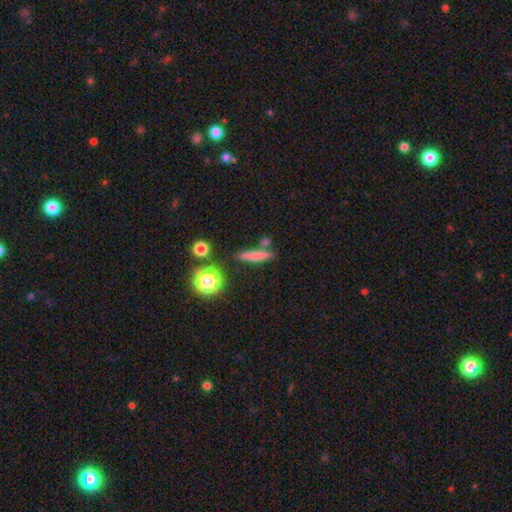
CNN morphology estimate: This appears to be a smooth galaxy with no disk features (69%) that is cigar-shaped (79%). Merging: none (76%).